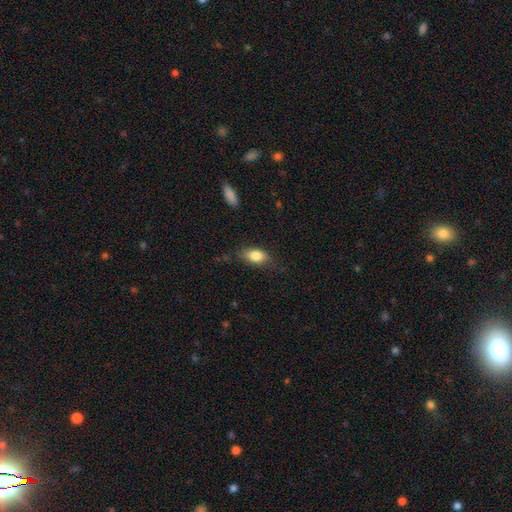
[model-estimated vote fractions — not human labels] A smooth galaxy with no disk features (83%) that is in between round and cigar-shaped (85%).

Vote fractions:
- Smooth or featured? smooth: 83% / featured or disk: 10% / star or artifact: 8%
- How rounded? in between: 85% / round: 9% / cigar-shaped: 6%
- Merging? none: 70% / minor disturbance: 23% / major disturbance: 6% / merger: 2%